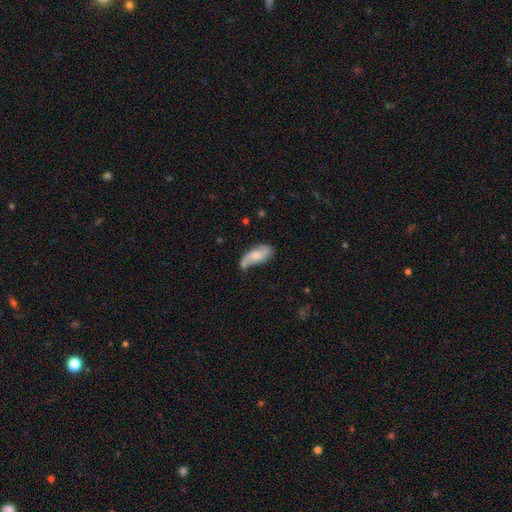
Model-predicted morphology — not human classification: Smooth or featured?
  - featured or disk: 61% *
  - smooth: 32%
  - star or artifact: 7%
Edge-on disk?
  - no: 92% *
  - yes: 8%
Bar?
  - no: 59% *
  - weak: 34%
  - strong: 7%
Spiral arms?
  - yes: 91% *
  - no: 9%
Spiral winding?
  - loose: 51% *
  - medium: 36%
  - tight: 14%
Spiral arm count?
  - 2: 84% *
  - can't tell: 6%
  - 1: 6%
  - 3: 2%
  - 4: 1%
  - more than 4: 1%
Bulge size?
  - moderate: 31% *
  - none: 27%
  - small: 22%
  - large: 17%
  - dominant: 3%
Merging?
  - none: 56% *
  - minor disturbance: 27%
  - major disturbance: 11%
  - merger: 6%